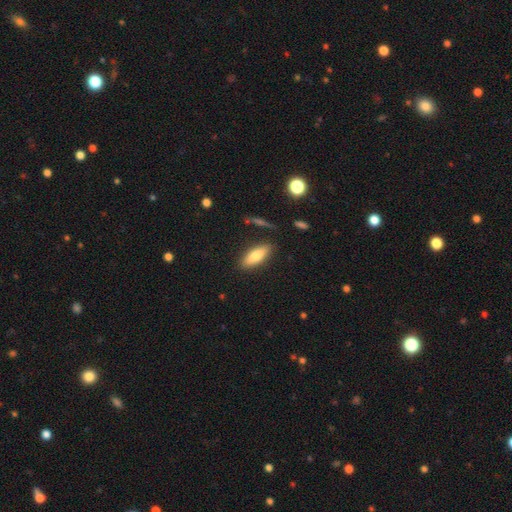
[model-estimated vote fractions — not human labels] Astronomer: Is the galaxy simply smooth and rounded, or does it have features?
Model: smooth — 76%.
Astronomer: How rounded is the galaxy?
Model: in between — 68%.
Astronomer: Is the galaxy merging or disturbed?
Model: none — 84%.